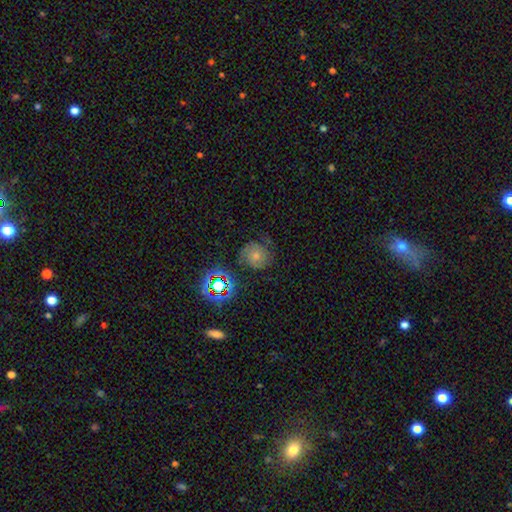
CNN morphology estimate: type=smooth (43%); merging=none (66%).